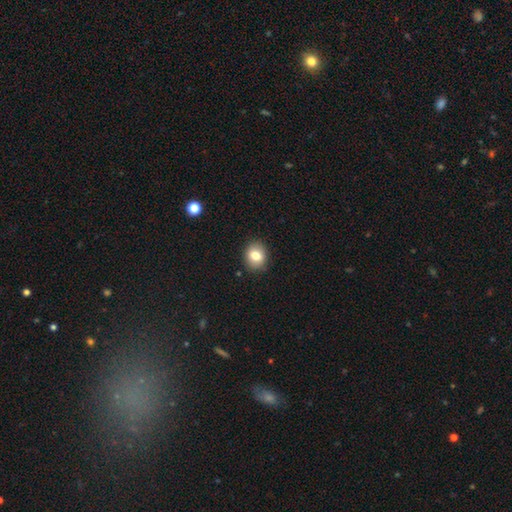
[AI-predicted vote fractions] smooth_or_featured: smooth (p=0.80) [alt: featured or disk p=0.11]
how_rounded: round (p=0.62) [alt: in between p=0.37]
merging: none (p=0.88) [alt: minor disturbance p=0.09]